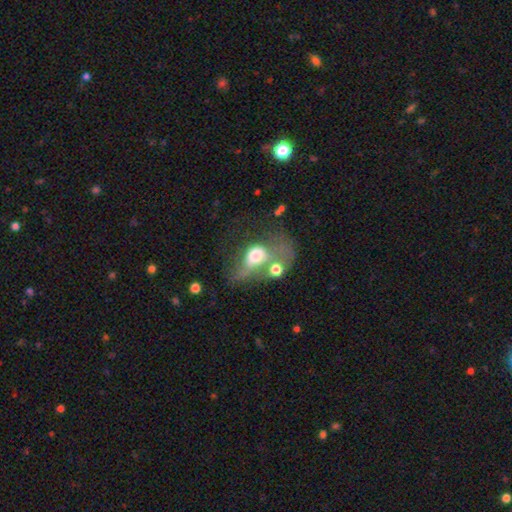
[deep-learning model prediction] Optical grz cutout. It shows a smooth galaxy with no disk features (52%) that is in between round and cigar-shaped (65%). Merging: merger (45%).